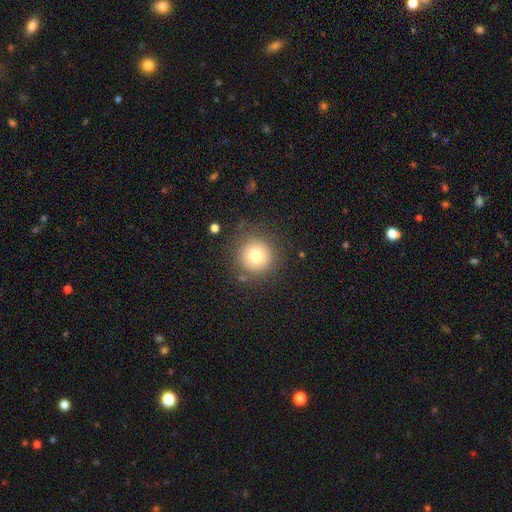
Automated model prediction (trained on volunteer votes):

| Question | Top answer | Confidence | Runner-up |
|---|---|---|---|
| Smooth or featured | smooth | 77% | star or artifact (12%) |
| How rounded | round | 95% | in between (4%) |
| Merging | none | 84% | minor disturbance (10%) |